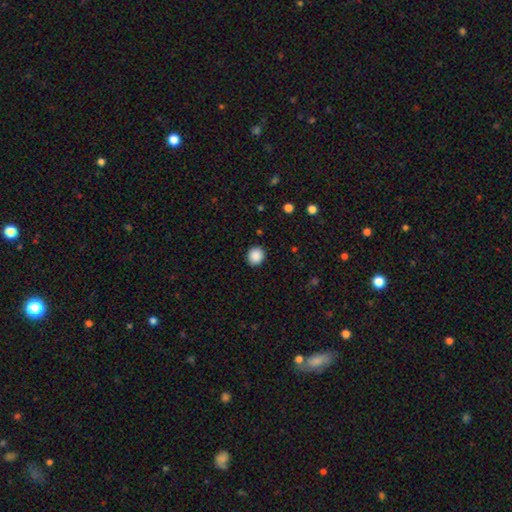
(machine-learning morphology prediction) smooth_or_featured: smooth (p=0.89) [alt: star or artifact p=0.09]
how_rounded: round (p=0.85) [alt: in between p=0.14]
merging: none (p=0.90) [alt: minor disturbance p=0.07]